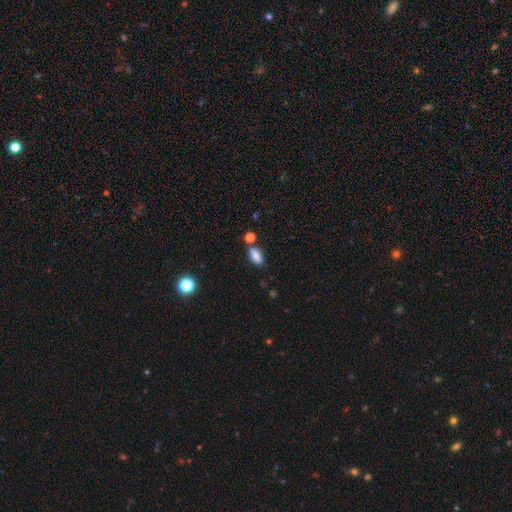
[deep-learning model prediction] This appears to be a smooth galaxy with no disk features (84%) that is in between round and cigar-shaped (85%). Merging: none (71%).